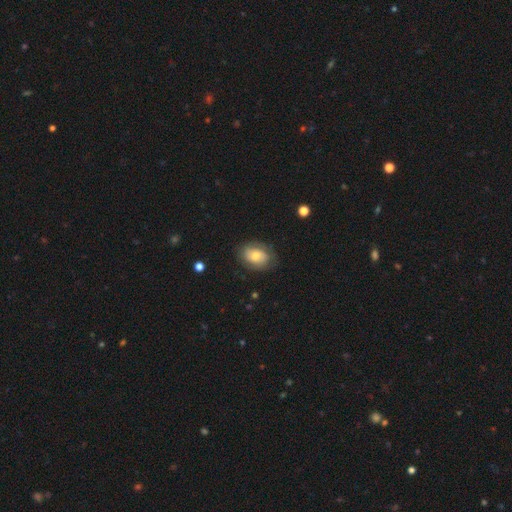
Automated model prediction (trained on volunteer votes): Q: Smooth or featured?
A: smooth (59%); runner-up: featured or disk (34%)
Q: How rounded?
A: in between (73%); runner-up: round (26%)
Q: Merging?
A: none (76%); runner-up: minor disturbance (17%)